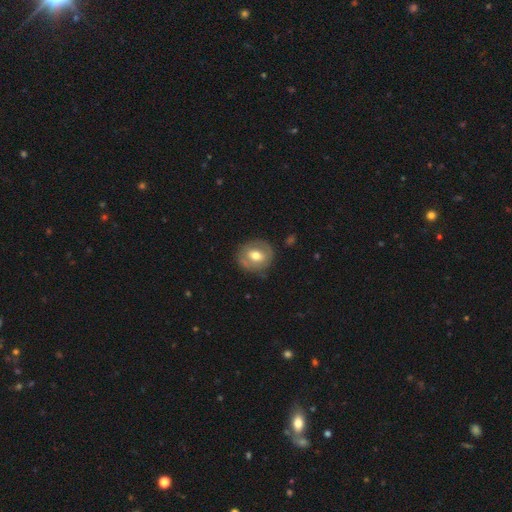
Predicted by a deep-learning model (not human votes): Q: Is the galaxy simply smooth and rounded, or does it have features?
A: smooth — 52%.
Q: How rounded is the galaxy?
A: round — 76%.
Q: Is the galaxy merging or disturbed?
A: none — 79%.